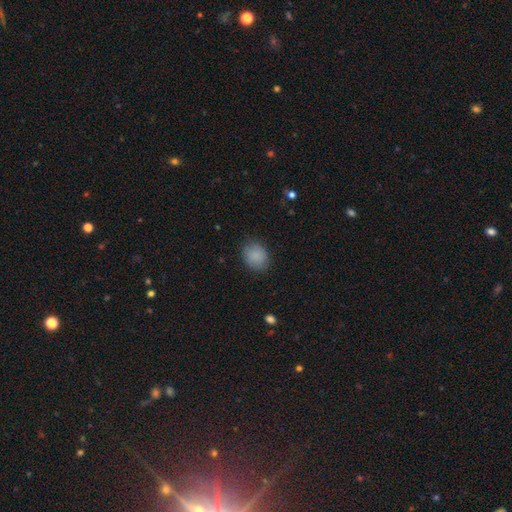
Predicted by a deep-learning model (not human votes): Smooth or featured: smooth — 88% (star or artifact — 8%)
How rounded: round — 53% (in between — 46%)
Merging: none — 82% (minor disturbance — 14%)